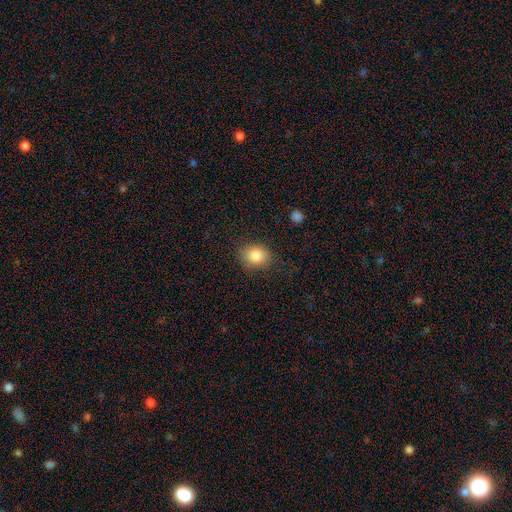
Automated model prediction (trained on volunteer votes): smooth_or_featured: smooth (p=0.83) [alt: star or artifact p=0.10]
how_rounded: round (p=0.62) [alt: in between p=0.37]
merging: none (p=0.81) [alt: minor disturbance p=0.14]